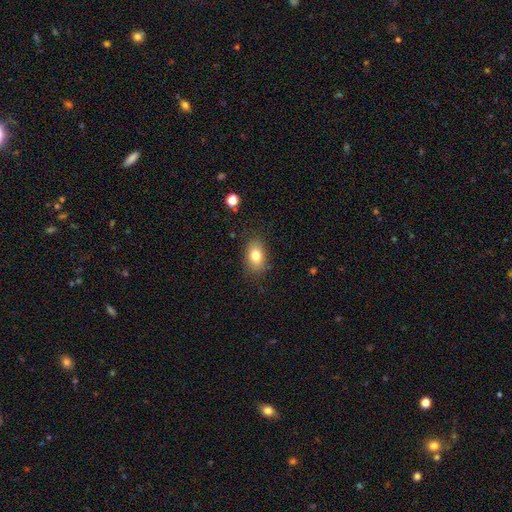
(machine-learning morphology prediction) smooth-or-featured: smooth: 80% | featured or disk: 11% | star or artifact: 9%
  how-rounded: in between: 85% | round: 14% | cigar-shaped: 1%
  merging: none: 82% | minor disturbance: 13% | major disturbance: 4% | merger: 1%